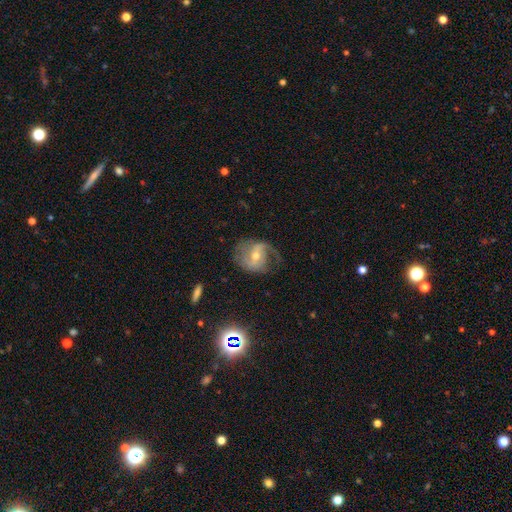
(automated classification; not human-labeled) This appears to be a featured or disk galaxy (77%) with a weak bar (45%), 2 (62%) medium (42%) spiral arms (91%) and a moderate central bulge (51%). Merging: none (57%).